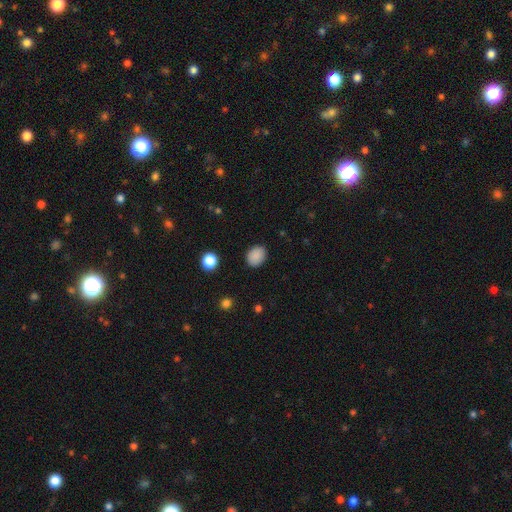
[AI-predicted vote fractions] This appears to be a smooth galaxy with no disk features (88%) that is in between round and cigar-shaped (56%). Merging: none (87%).